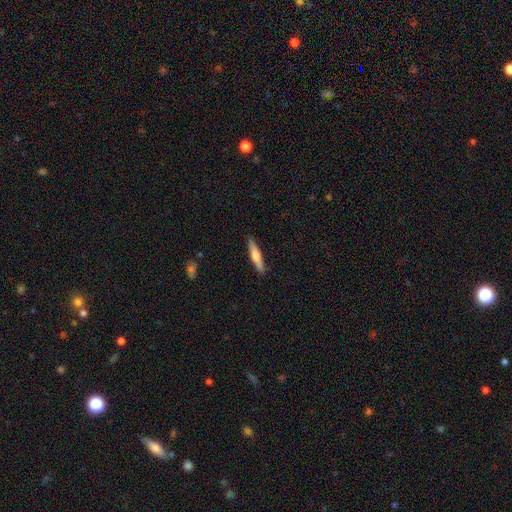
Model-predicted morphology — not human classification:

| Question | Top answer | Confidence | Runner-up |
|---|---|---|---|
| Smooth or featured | smooth | 55% | featured or disk (39%) |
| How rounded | cigar-shaped | 88% | in between (11%) |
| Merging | none | 89% | minor disturbance (8%) |